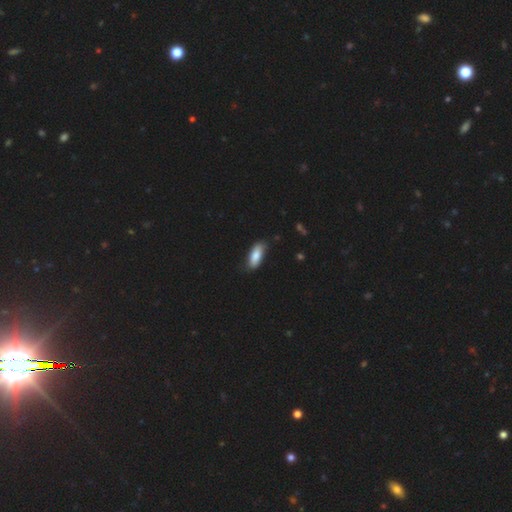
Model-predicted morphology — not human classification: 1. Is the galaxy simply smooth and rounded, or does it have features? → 83% smooth, 11% featured or disk, 6% star or artifact.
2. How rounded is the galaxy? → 76% in between, 22% cigar-shaped, 2% round.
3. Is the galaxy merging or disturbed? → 78% none, 18% minor disturbance, 3% major disturbance, 1% merger.